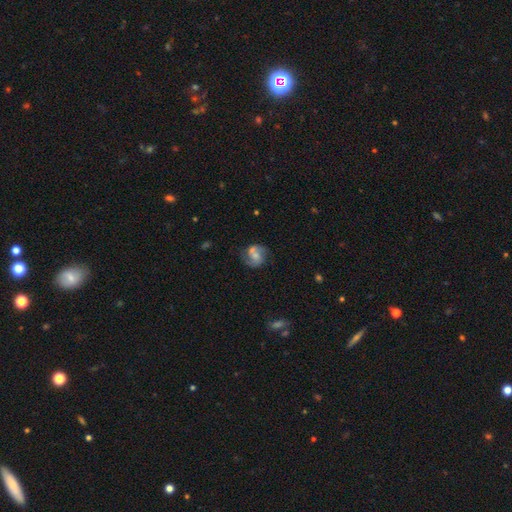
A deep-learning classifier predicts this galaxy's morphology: smooth-or-featured: featured or disk: 63% | smooth: 29% | star or artifact: 8%
  disk-edge-on: no: 98% | yes: 2%
    bar: no: 55% | weak: 36% | strong: 9%
    has-spiral-arms: yes: 85% | no: 15%
      spiral-winding: medium: 48% | loose: 33% | tight: 19%
      spiral-arm-count: 2: 85% | can't tell: 7% | 1: 5% | 3: 2% | 4: 1% | more than 4: 1%
    bulge-size: moderate: 41% | small: 37% | none: 14% | large: 6% | dominant: 2%
  merging: none: 53% | merger: 22% | minor disturbance: 17% | major disturbance: 8%